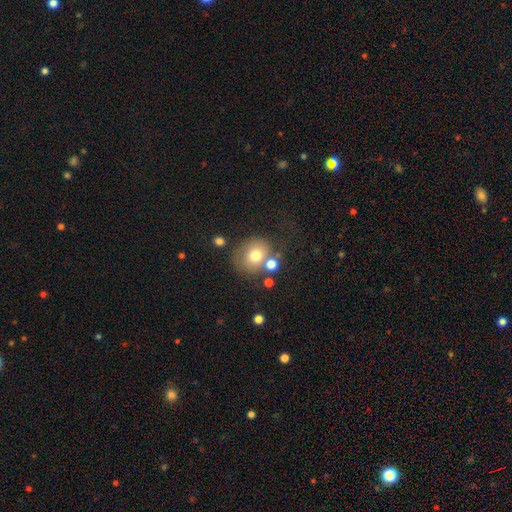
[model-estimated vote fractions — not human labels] smooth_or_featured: smooth (p=0.72) [alt: featured or disk p=0.16]
how_rounded: round (p=0.79) [alt: in between p=0.21]
merging: none (p=0.57) [alt: merger p=0.18]